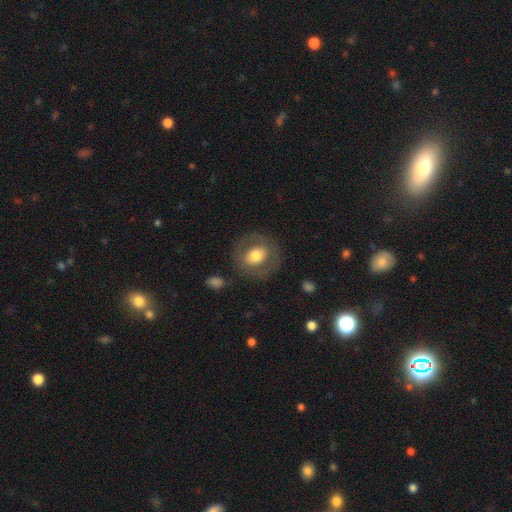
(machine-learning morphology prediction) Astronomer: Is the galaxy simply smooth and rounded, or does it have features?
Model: smooth — 53% (runner-up: featured or disk, 40%).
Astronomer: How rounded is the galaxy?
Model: round — 73%.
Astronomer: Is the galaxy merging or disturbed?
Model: none — 80%.